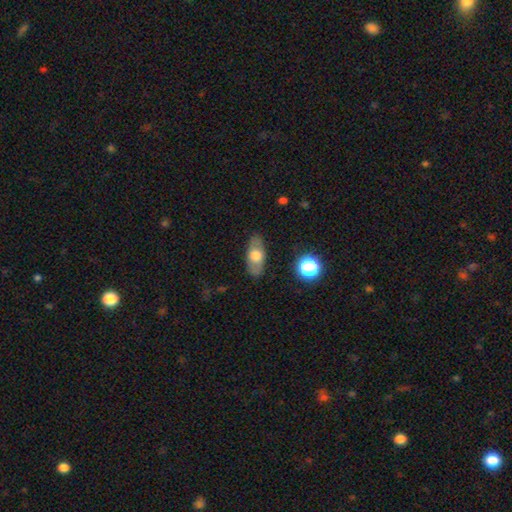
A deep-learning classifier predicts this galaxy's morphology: A smooth galaxy with no disk features (58%) that is in between round and cigar-shaped (83%). Merging: none (81%).